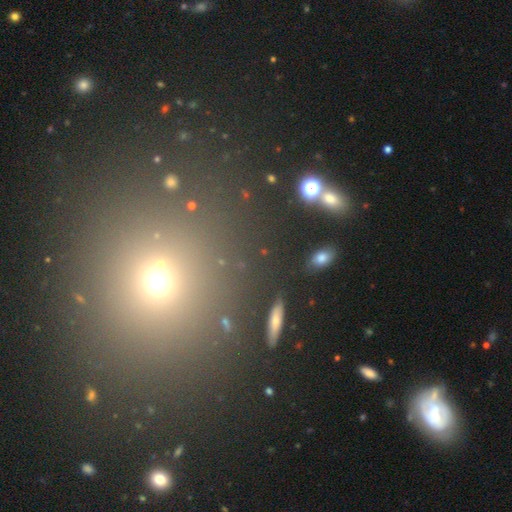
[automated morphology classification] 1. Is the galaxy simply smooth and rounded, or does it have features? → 49% smooth, 41% star or artifact, 10% featured or disk.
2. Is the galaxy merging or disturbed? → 86% none, 7% minor disturbance, 4% major disturbance, 4% merger.